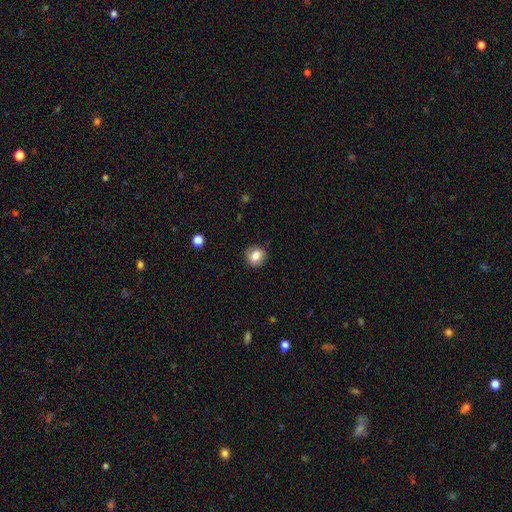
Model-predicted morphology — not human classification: Q: Smooth or featured?
A: smooth (79%); runner-up: featured or disk (11%)
Q: How rounded?
A: round (77%); runner-up: in between (22%)
Q: Merging?
A: none (84%); runner-up: minor disturbance (12%)